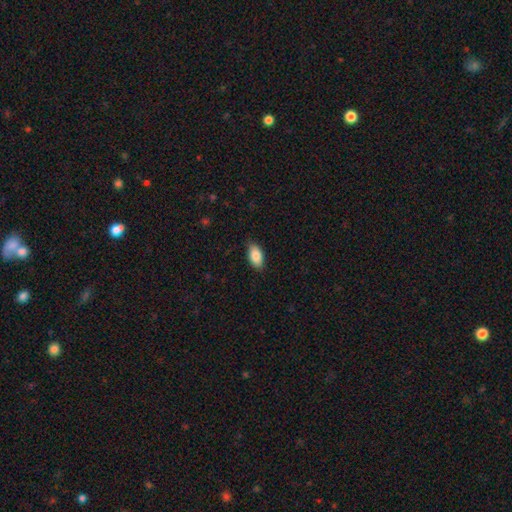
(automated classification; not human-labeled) Q: Smooth or featured?
A: smooth (86%); runner-up: featured or disk (7%)
Q: How rounded?
A: in between (93%); runner-up: round (4%)
Q: Merging?
A: none (84%); runner-up: minor disturbance (13%)